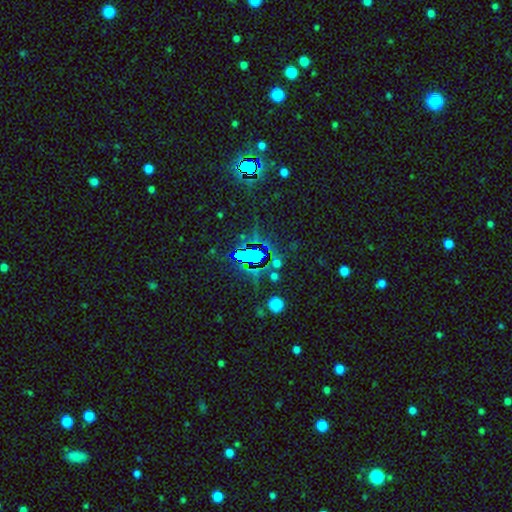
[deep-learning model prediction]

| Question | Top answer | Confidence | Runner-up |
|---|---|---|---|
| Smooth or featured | star or artifact | 68% | smooth (21%) |